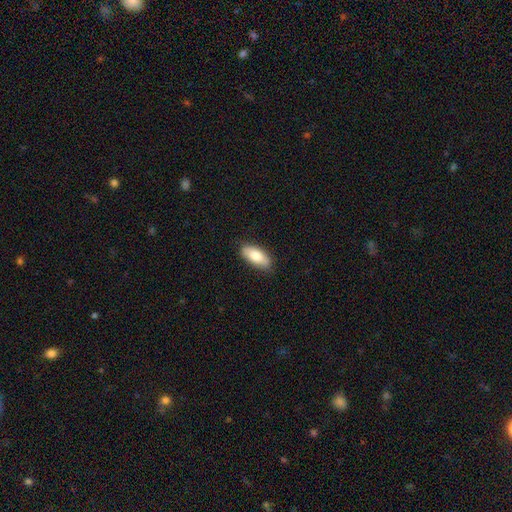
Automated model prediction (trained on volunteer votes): Smooth or featured? smooth (82%)
How rounded? in between (84%)
Merging? none (85%)